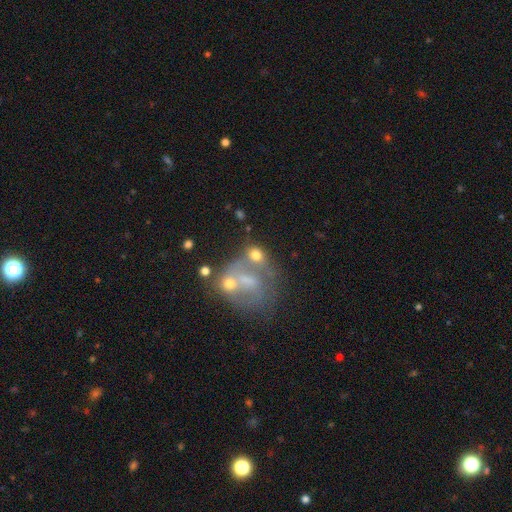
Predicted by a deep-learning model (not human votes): The model was most divided on "merging": merger: 38%, none: 34%, major disturbance: 15%, minor disturbance: 14%. More confident: smooth or featured — smooth (58%); how rounded — round (52%).